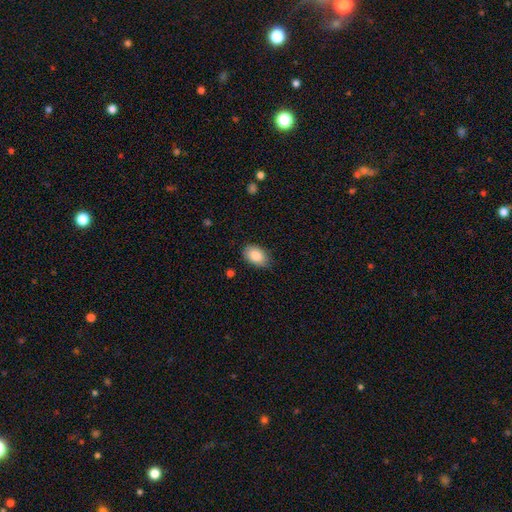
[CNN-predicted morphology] A smooth galaxy with no disk features (87%) that is in between round and cigar-shaped (88%).

Vote fractions:
- Smooth or featured? smooth: 87% / star or artifact: 7% / featured or disk: 7%
- How rounded? in between: 88% / round: 11% / cigar-shaped: 1%
- Merging? none: 79% / minor disturbance: 17% / major disturbance: 3% / merger: 1%